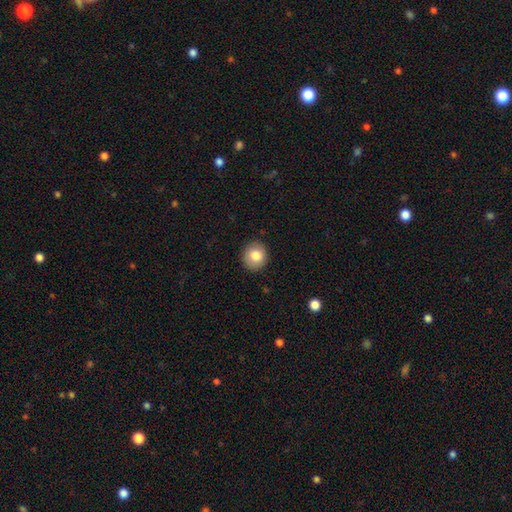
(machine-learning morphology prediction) This is clearly a smooth galaxy (82%). How rounded: clearly round (82%). Merging: clearly none (89%).